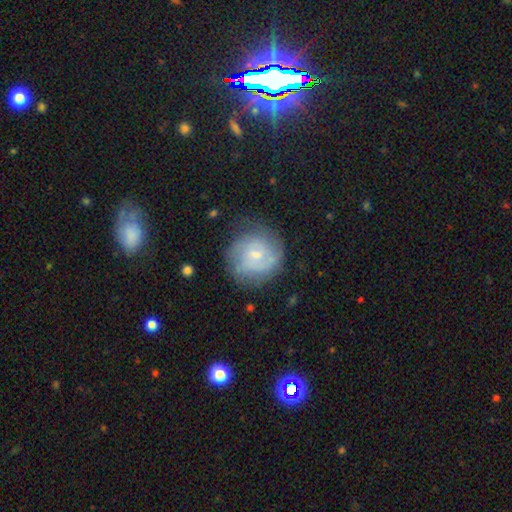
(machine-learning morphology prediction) A featured or disk galaxy (57%) with no bar (49%), spiral arms (79%) and a small central bulge (59%).

Vote fractions:
- Smooth or featured? featured or disk: 57% / smooth: 36% / star or artifact: 7%
- Edge-on disk? no: 98% / yes: 2%
- Bar? no: 49% / weak: 45% / strong: 7%
- Spiral arms? yes: 79% / no: 21%
- Bulge size? small: 59% / moderate: 32% / none: 5% / large: 2% / dominant: 1%
- Merging? none: 66% / minor disturbance: 22% / major disturbance: 10% / merger: 2%